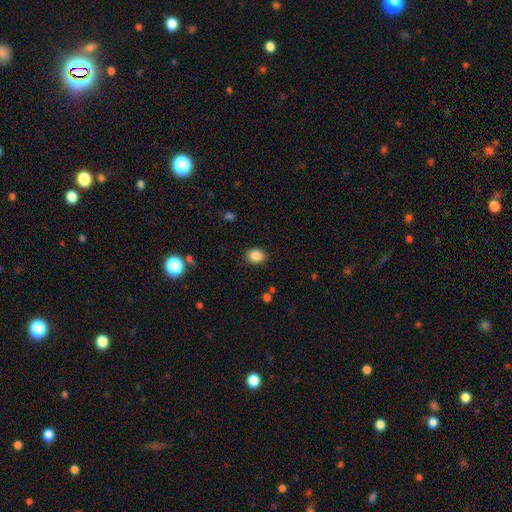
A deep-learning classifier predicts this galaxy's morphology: Q: Smooth or featured?
A: smooth (86%); runner-up: star or artifact (10%)
Q: How rounded?
A: in between (52%); runner-up: round (47%)
Q: Merging?
A: none (88%); runner-up: minor disturbance (8%)